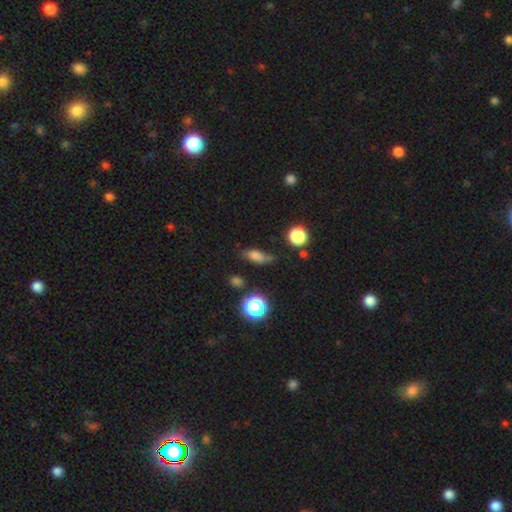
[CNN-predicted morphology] Smooth or featured?
  - smooth: 73% *
  - star or artifact: 15%
  - featured or disk: 12%
How rounded?
  - in between: 59% *
  - cigar-shaped: 29%
  - round: 12%
Merging?
  - none: 60% *
  - minor disturbance: 26%
  - major disturbance: 9%
  - merger: 6%